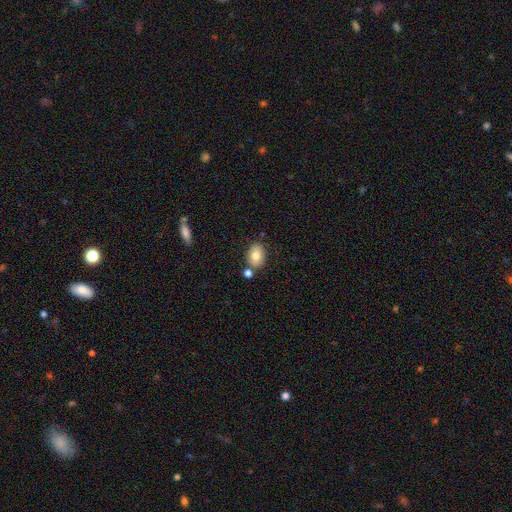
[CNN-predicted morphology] The model was most divided on "how rounded": in between: 76%, round: 23%, cigar-shaped: 1%. More confident: smooth or featured — smooth (80%); merging — none (72%).